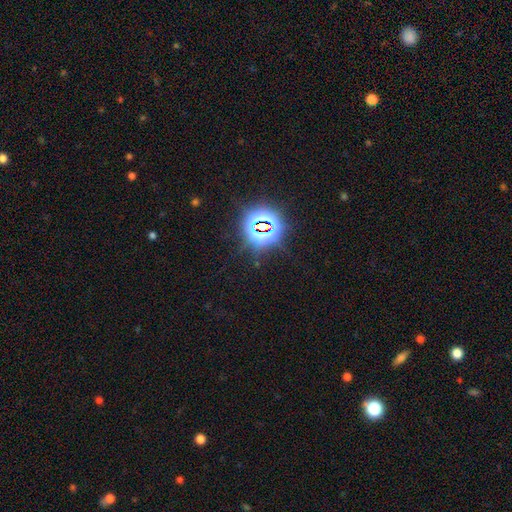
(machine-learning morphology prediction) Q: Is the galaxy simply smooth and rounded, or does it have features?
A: star or artifact — 80%.